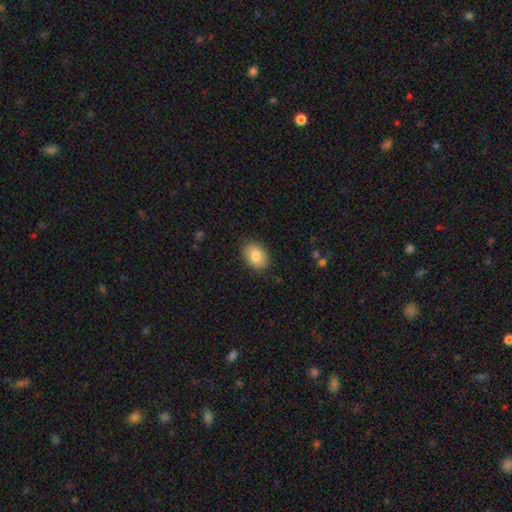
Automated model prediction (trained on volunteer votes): A smooth galaxy with no disk features (84%) that is in between round and cigar-shaped (82%).

Vote fractions:
- Smooth or featured? smooth: 84% / featured or disk: 10% / star or artifact: 7%
- How rounded? in between: 82% / round: 17% / cigar-shaped: 1%
- Merging? none: 85% / minor disturbance: 12% / major disturbance: 3% / merger: 1%